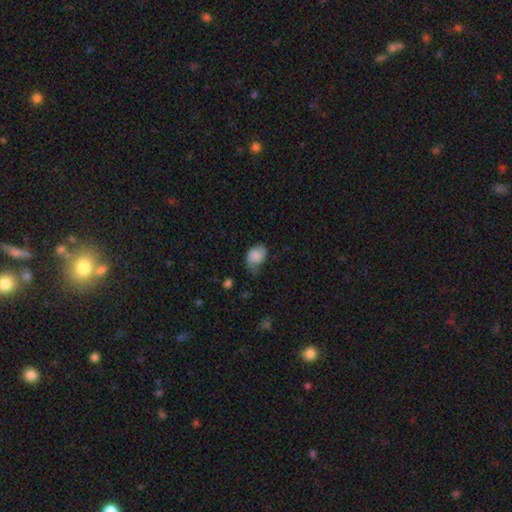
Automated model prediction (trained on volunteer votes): This is likely a smooth galaxy (64%). How rounded: likely in between (72%). Merging: marginally none (43%).